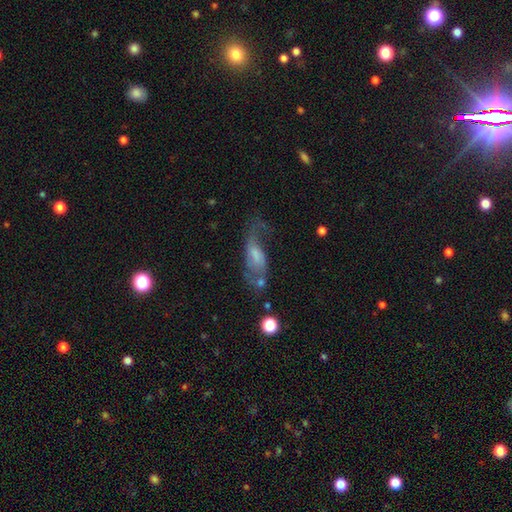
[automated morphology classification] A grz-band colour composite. It shows a featured or disk galaxy (59%) with a weak bar (43%), spiral arms (78%) and no central bulge (31%). Merging: none (35%, tied with major disturbance).